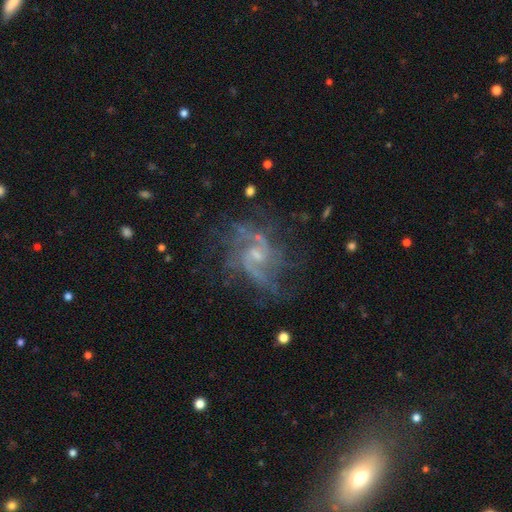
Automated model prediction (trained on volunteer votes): featured or disk 84%, star or artifact 10%, smooth 6%. Down the decision tree: edge-on disk — no (98%); bar — no (49%); spiral arms — yes (93%); spiral arm count — 2 (57%); spiral winding — medium (49%); bulge size — small (58%); merging — none (65%).